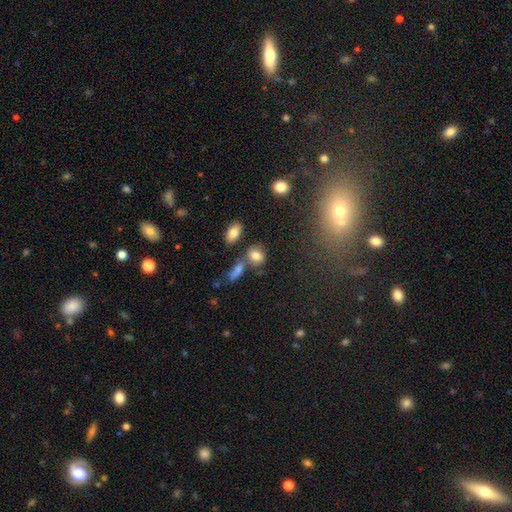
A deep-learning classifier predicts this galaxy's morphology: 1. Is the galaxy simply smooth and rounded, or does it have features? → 79% smooth, 11% star or artifact, 10% featured or disk.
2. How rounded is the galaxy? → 58% in between, 39% round, 3% cigar-shaped.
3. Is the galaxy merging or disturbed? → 64% none, 17% merger, 14% minor disturbance, 5% major disturbance.